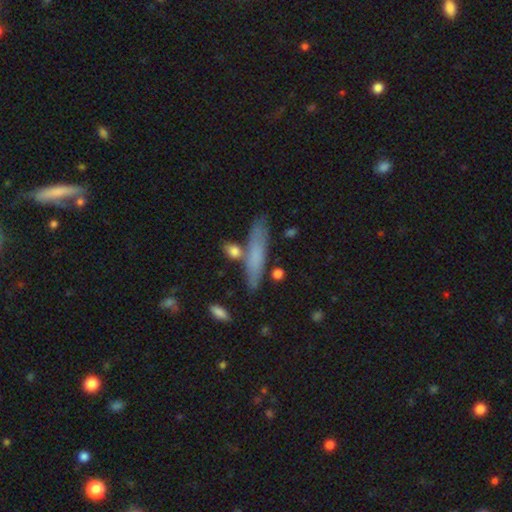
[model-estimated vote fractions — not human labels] Morphology: type=smooth (66%); roundness=cigar-shaped (89%); merging=none (79%).